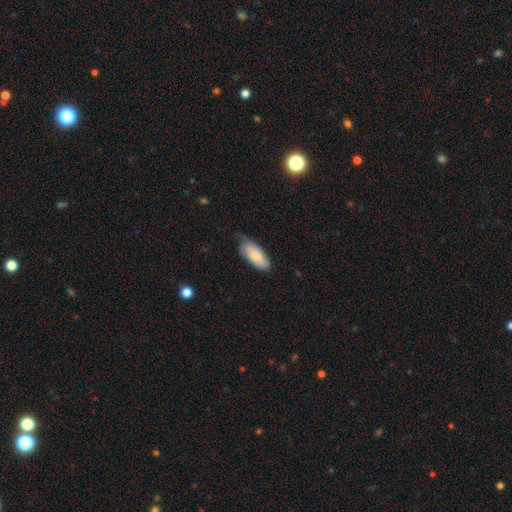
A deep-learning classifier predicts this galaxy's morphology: The model was most divided on "merging": none: 49%, minor disturbance: 40%, major disturbance: 9%, merger: 2%. More confident: how rounded — in between (87%); smooth or featured — smooth (75%).